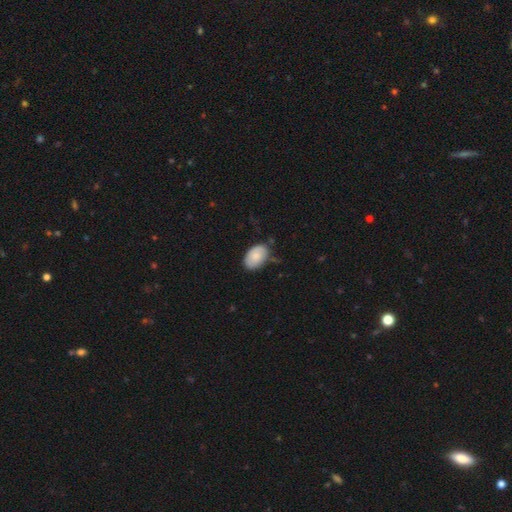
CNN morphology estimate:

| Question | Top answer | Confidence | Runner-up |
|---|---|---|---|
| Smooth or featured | smooth | 81% | featured or disk (13%) |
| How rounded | in between | 91% | round (8%) |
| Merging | none | 69% | minor disturbance (24%) |